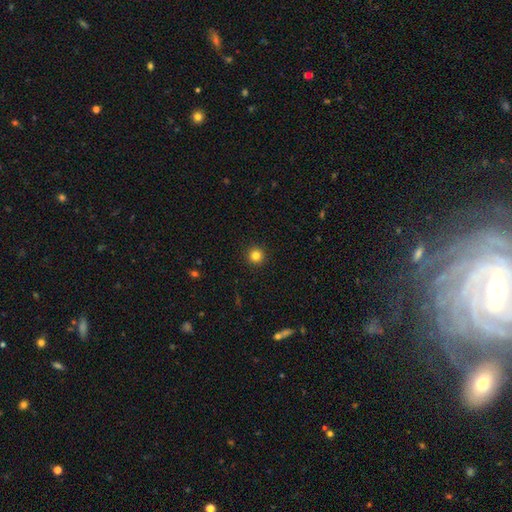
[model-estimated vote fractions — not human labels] Smooth or featured: smooth — 82% (star or artifact — 13%)
How rounded: round — 96% (in between — 3%)
Merging: none — 93% (minor disturbance — 4%)